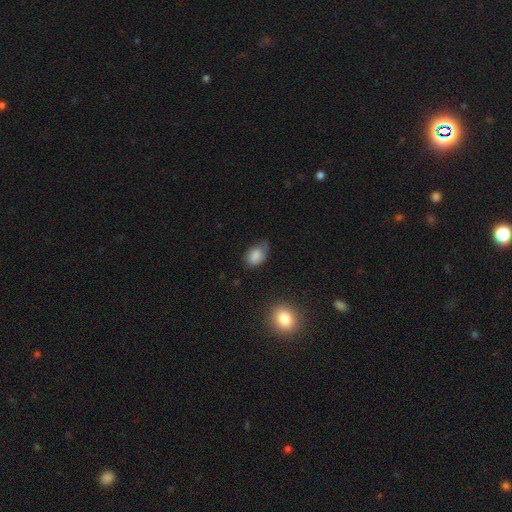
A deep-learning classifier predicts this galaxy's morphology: A smooth galaxy with no disk features (81%) that is in between round and cigar-shaped (83%).

Vote fractions:
- Smooth or featured? smooth: 81% / featured or disk: 10% / star or artifact: 9%
- How rounded? in between: 83% / round: 16% / cigar-shaped: 1%
- Merging? none: 52% / minor disturbance: 37% / major disturbance: 9% / merger: 2%